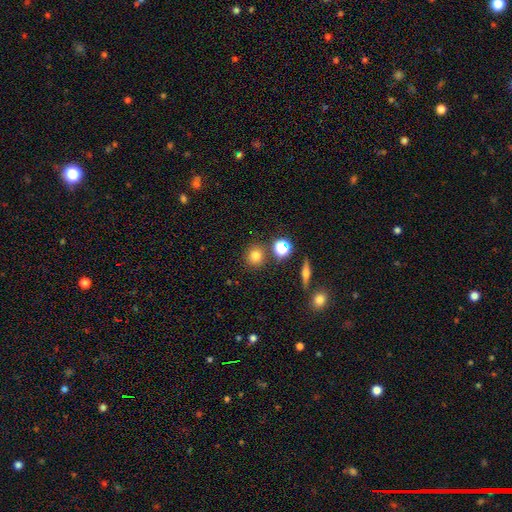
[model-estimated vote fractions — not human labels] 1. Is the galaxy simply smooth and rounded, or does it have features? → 76% smooth, 15% star or artifact, 9% featured or disk.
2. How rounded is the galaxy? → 87% round, 11% in between, 1% cigar-shaped.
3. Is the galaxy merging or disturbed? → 82% none, 8% minor disturbance, 7% merger, 3% major disturbance.